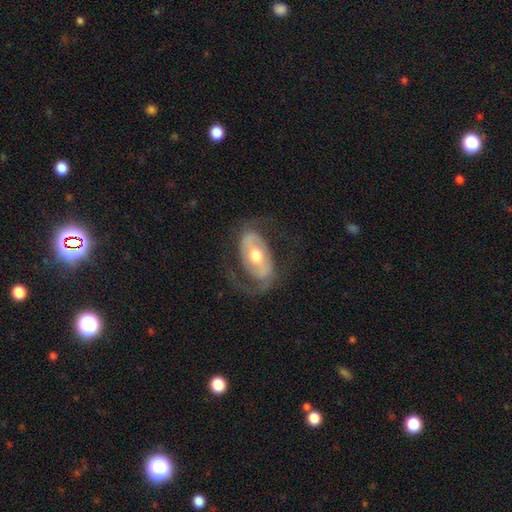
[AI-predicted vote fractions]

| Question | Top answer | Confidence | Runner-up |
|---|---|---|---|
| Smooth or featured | featured or disk | 79% | smooth (16%) |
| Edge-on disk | no | 94% | yes (6%) |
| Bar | no | 39% | weak (33%) |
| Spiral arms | yes | 81% | no (19%) |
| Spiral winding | medium | 46% | loose (32%) |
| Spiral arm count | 2 | 83% | can't tell (7%) |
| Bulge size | moderate | 73% | large (12%) |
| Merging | none | 66% | major disturbance (17%) |